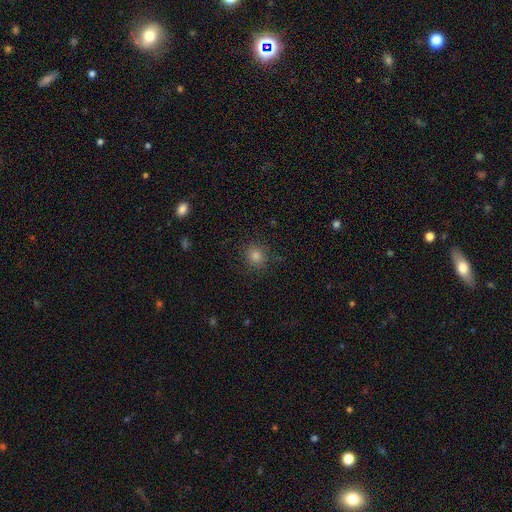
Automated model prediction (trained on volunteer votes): A smooth galaxy with no disk features (79%) that is round (84%).

Vote fractions:
- Smooth or featured? smooth: 79% / star or artifact: 15% / featured or disk: 5%
- How rounded? round: 84% / in between: 15% / cigar-shaped: 1%
- Merging? none: 88% / minor disturbance: 8% / major disturbance: 2% / merger: 1%